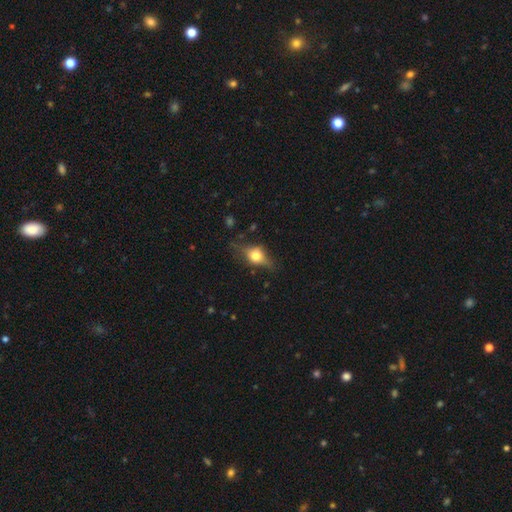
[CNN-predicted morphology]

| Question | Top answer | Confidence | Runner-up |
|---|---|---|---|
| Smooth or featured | featured or disk | 45% | tied: smooth (45%) |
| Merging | none | 67% | minor disturbance (22%) |